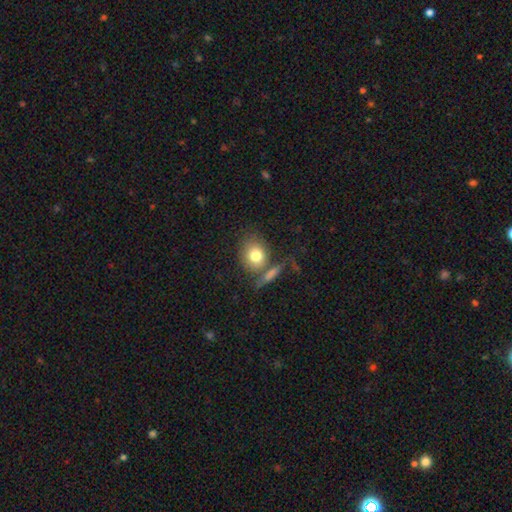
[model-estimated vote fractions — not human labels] Q: Smooth or featured?
A: smooth (77%); runner-up: featured or disk (14%)
Q: How rounded?
A: round (64%); runner-up: in between (35%)
Q: Merging?
A: none (59%); runner-up: merger (20%)